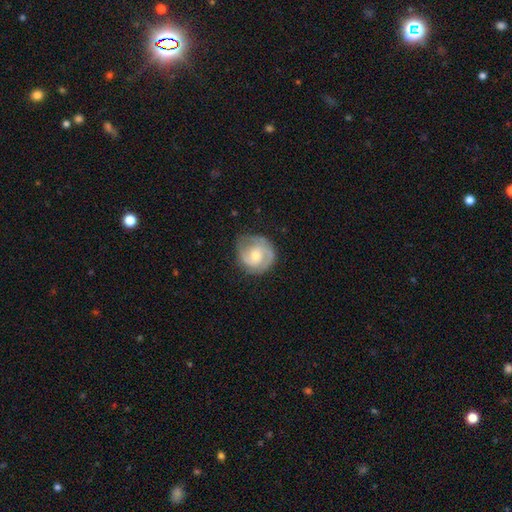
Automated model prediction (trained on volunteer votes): This appears to be a featured or disk galaxy (79%) with no bar (61%), 2 (72%) tight (53%) spiral arms (95%) and a moderate central bulge (57%). Merging: none (75%).